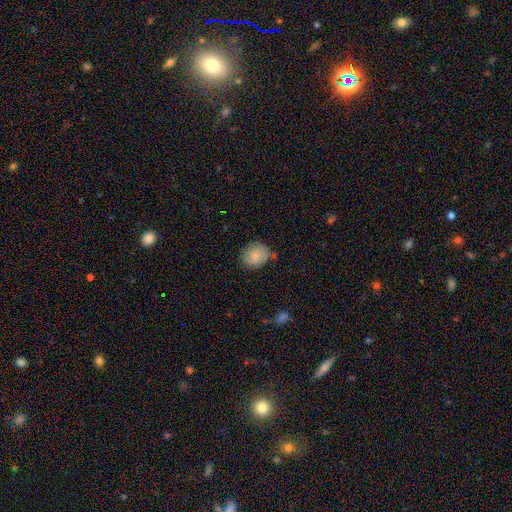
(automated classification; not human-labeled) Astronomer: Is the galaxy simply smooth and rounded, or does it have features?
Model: smooth — 84%.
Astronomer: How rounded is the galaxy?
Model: round — 69%.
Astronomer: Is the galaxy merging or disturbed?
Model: none — 73%.